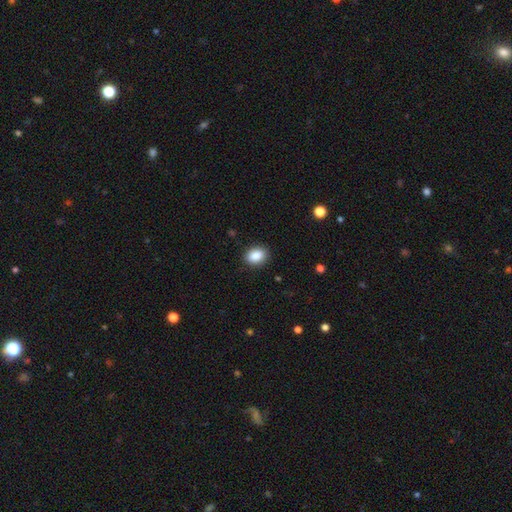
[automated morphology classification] Smooth or featured? smooth (88%)
How rounded? in between (67%)
Merging? none (89%)